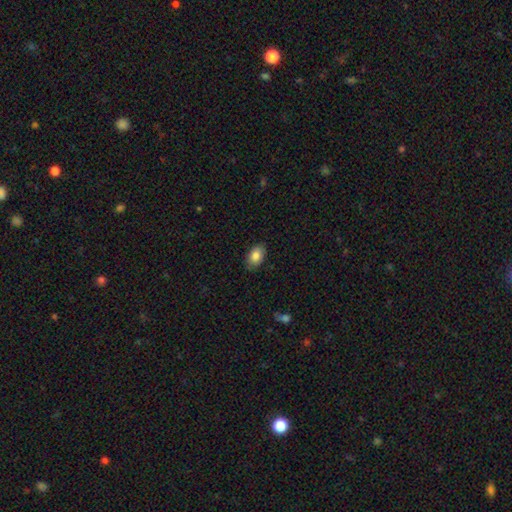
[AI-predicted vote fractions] This appears to be a smooth galaxy with no disk features (85%) that is in between round and cigar-shaped (90%). Merging: none (85%).